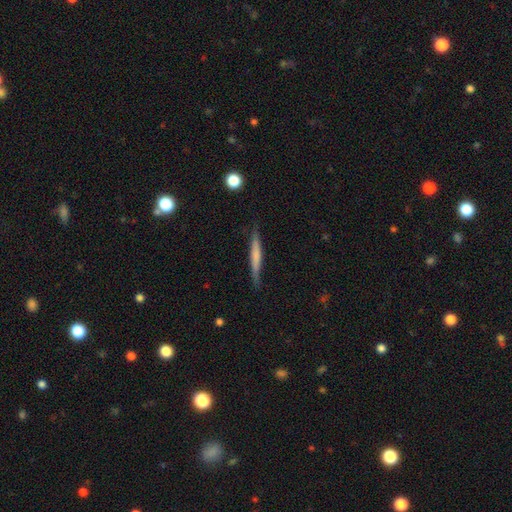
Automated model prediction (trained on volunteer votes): Smooth or featured: smooth — 54% (featured or disk — 40%)
How rounded: cigar-shaped — 95% (in between — 3%)
Merging: none — 85% (minor disturbance — 12%)